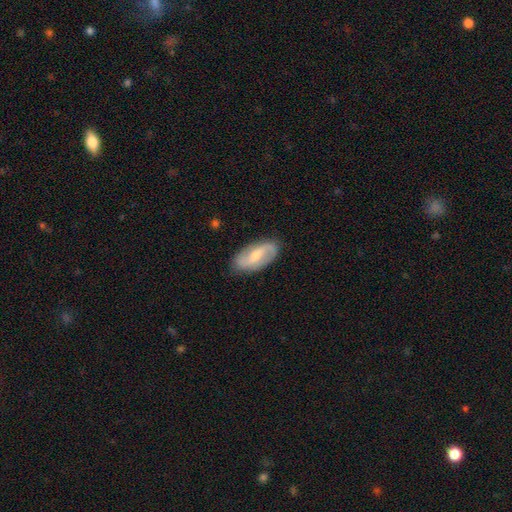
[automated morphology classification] A featured or disk galaxy (73%) with a weak bar (50%), 2 (89%) loose (51%) spiral arms (91%) and a moderate central bulge (51%). Merging: none (84%).